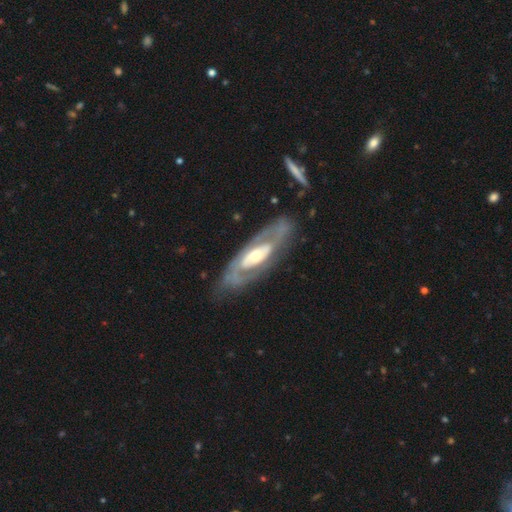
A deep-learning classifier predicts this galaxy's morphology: This appears to be a featured or disk galaxy (81%) with no bar (55%), spiral arms (66%) and a moderate central bulge (63%). Merging: none (76%).